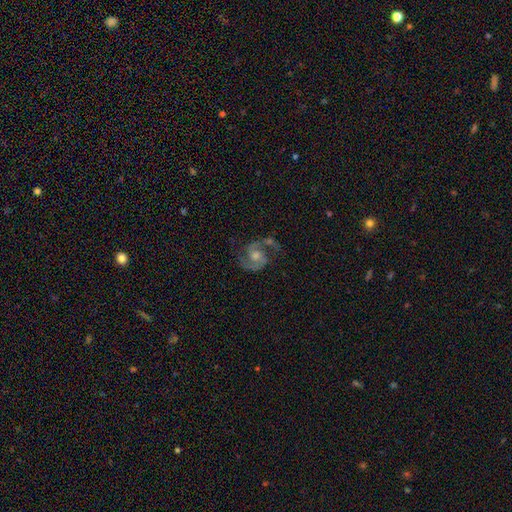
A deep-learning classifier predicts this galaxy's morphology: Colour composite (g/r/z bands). It shows a featured or disk galaxy (90%) with no bar (59%), 2 (93%) medium (62%) spiral arms (98%) and a moderate central bulge (60%). Merging: none (75%).